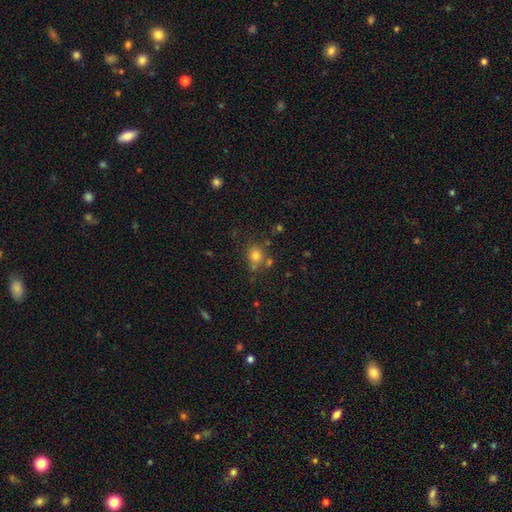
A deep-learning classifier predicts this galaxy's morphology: Q: Smooth or featured?
A: smooth (76%); runner-up: star or artifact (15%)
Q: How rounded?
A: round (70%); runner-up: in between (29%)
Q: Merging?
A: none (66%); runner-up: minor disturbance (15%)